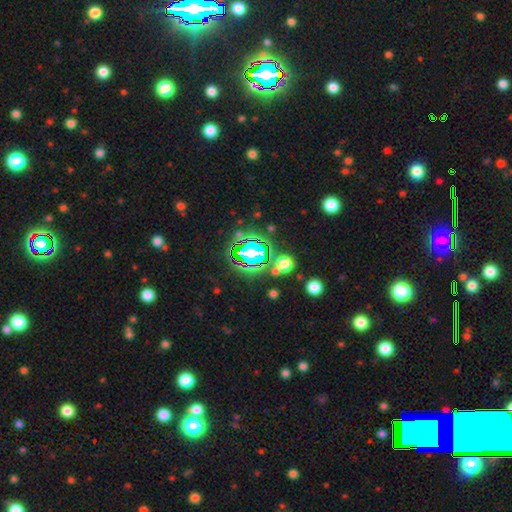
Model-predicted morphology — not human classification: Overall: star or artifact (79%).